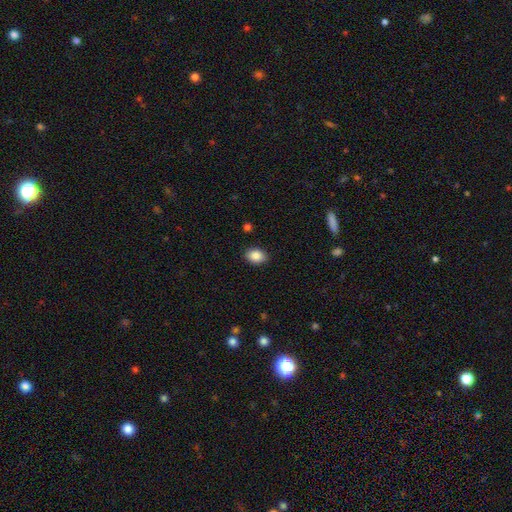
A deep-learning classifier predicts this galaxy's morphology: A smooth galaxy with no disk features (88%) that is in between round and cigar-shaped (73%).

Vote fractions:
- Smooth or featured? smooth: 88% / star or artifact: 8% / featured or disk: 4%
- How rounded? in between: 73% / round: 26% / cigar-shaped: 1%
- Merging? none: 88% / minor disturbance: 9% / major disturbance: 2% / merger: 1%